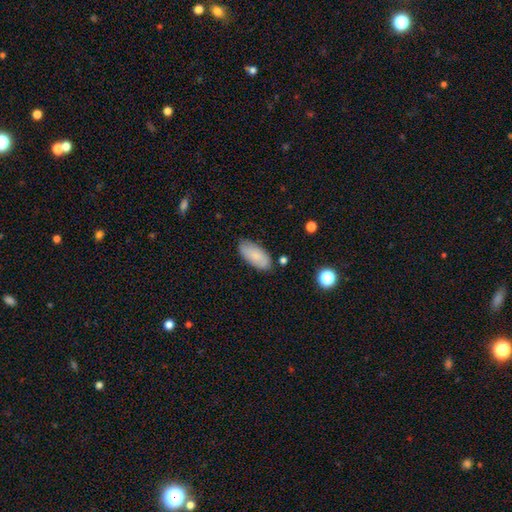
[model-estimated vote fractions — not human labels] smooth_or_featured: smooth (p=0.81) [alt: featured or disk p=0.12]
how_rounded: in between (p=0.91) [alt: cigar-shaped p=0.07]
merging: none (p=0.79) [alt: minor disturbance p=0.16]